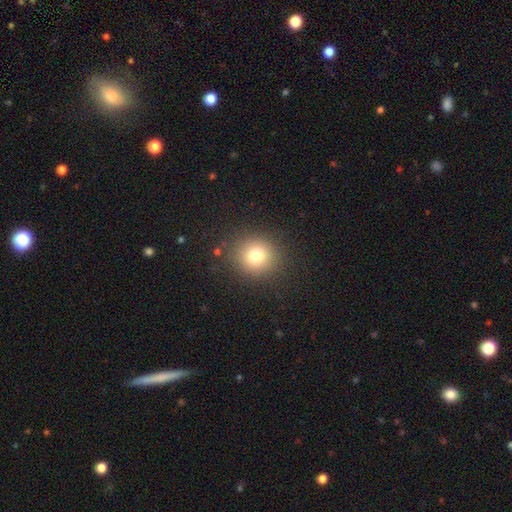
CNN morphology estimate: Smooth or featured?
  - smooth: 77% *
  - star or artifact: 14%
  - featured or disk: 9%
How rounded?
  - round: 89% *
  - in between: 10%
  - cigar-shaped: 1%
Merging?
  - none: 88% *
  - minor disturbance: 7%
  - major disturbance: 3%
  - merger: 1%